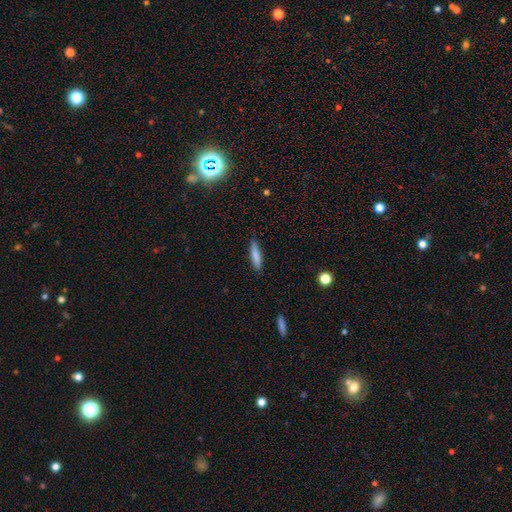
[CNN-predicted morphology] A smooth galaxy with no disk features (78%) that is cigar-shaped (83%).

Vote fractions:
- Smooth or featured? smooth: 78% / featured or disk: 16% / star or artifact: 6%
- How rounded? cigar-shaped: 83% / in between: 16% / round: 1%
- Merging? none: 88% / minor disturbance: 9% / major disturbance: 2% / merger: 1%